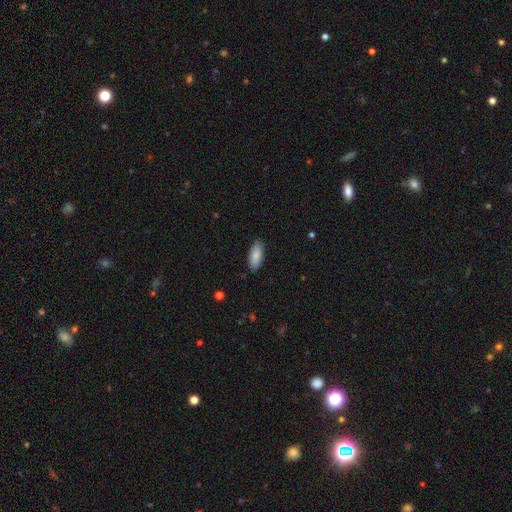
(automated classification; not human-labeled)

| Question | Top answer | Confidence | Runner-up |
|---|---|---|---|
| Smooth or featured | smooth | 87% | featured or disk (7%) |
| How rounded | in between | 81% | cigar-shaped (17%) |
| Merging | none | 86% | minor disturbance (10%) |